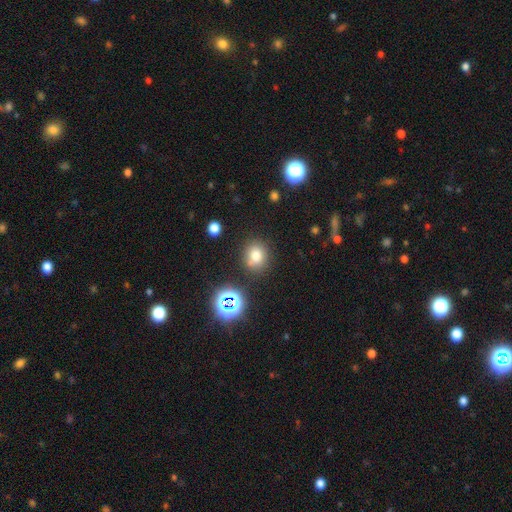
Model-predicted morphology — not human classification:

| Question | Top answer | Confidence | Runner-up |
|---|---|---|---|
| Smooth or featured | smooth | 74% | star or artifact (18%) |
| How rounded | round | 77% | in between (22%) |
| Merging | none | 76% | minor disturbance (12%) |